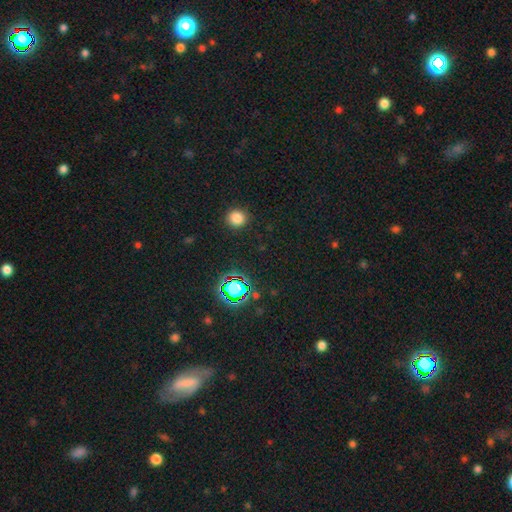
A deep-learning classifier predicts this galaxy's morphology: A star or artifact, not a galaxy (69%).